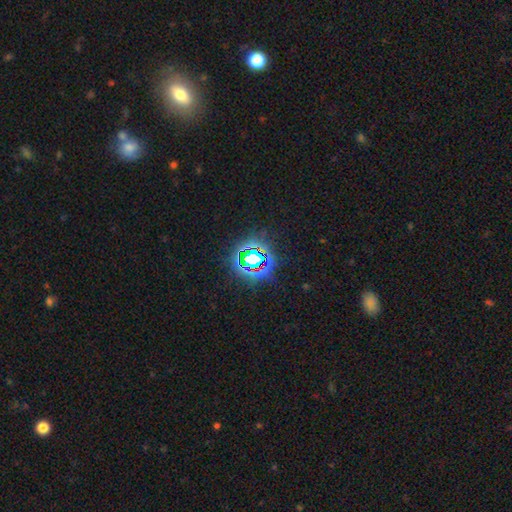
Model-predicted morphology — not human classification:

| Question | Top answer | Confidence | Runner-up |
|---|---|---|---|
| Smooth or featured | star or artifact | 75% | smooth (17%) |